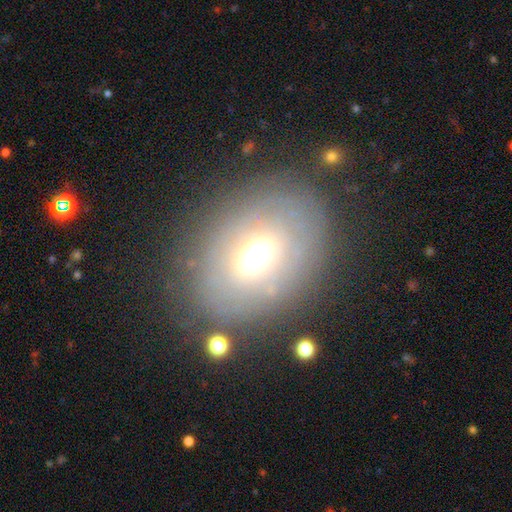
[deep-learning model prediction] smooth_or_featured: smooth (p=0.51) [alt: featured or disk p=0.36]
how_rounded: in between (p=0.65) [alt: round p=0.34]
merging: none (p=0.77) [alt: minor disturbance p=0.13]